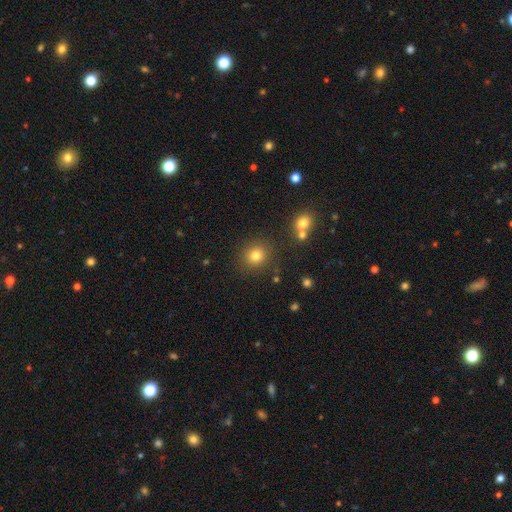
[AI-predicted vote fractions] A smooth galaxy with no disk features (78%) that is round (84%). Merging: none (84%).